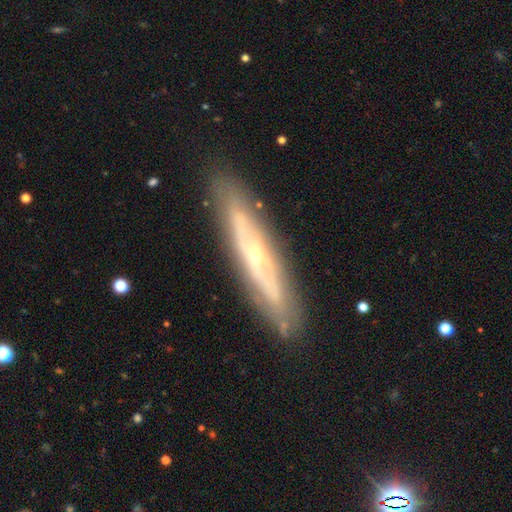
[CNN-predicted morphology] Overall: featured or disk (73%). Edge-on disk: no (50%, tied with yes). Merging: none (84%).